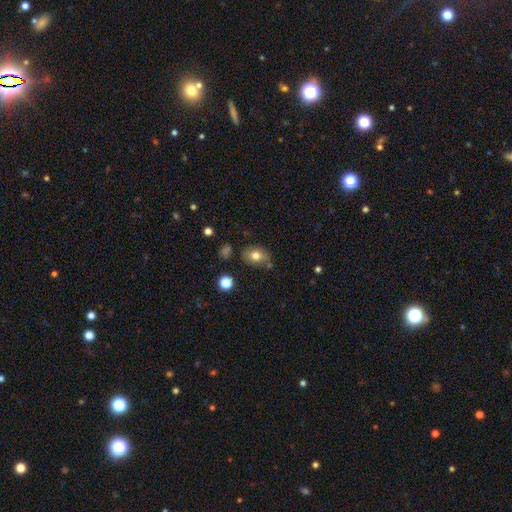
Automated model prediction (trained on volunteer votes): smooth_or_featured: smooth (p=0.76) [alt: featured or disk p=0.14]
how_rounded: in between (p=0.73) [alt: round p=0.26]
merging: none (p=0.73) [alt: minor disturbance p=0.16]